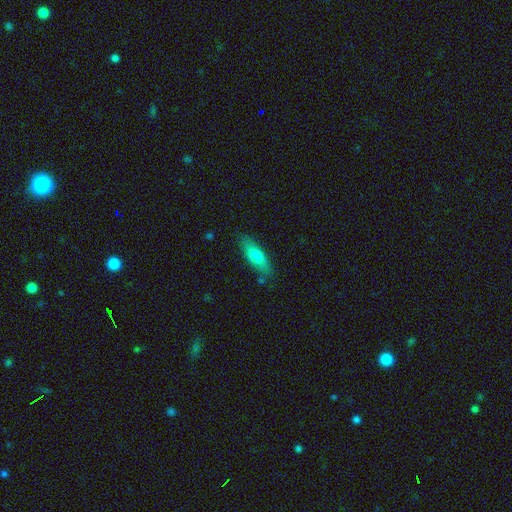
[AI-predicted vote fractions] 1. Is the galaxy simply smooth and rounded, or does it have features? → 74% smooth, 20% featured or disk, 6% star or artifact.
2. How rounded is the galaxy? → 57% in between, 41% cigar-shaped, 2% round.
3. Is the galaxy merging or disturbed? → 78% none, 15% minor disturbance, 3% major disturbance, 3% merger.